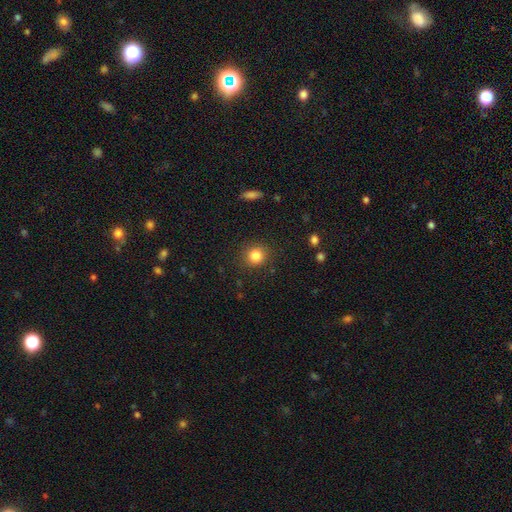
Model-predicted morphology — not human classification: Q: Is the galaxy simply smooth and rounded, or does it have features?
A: smooth — 84%.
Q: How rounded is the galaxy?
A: round — 88%.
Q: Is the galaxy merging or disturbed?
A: none — 88%.